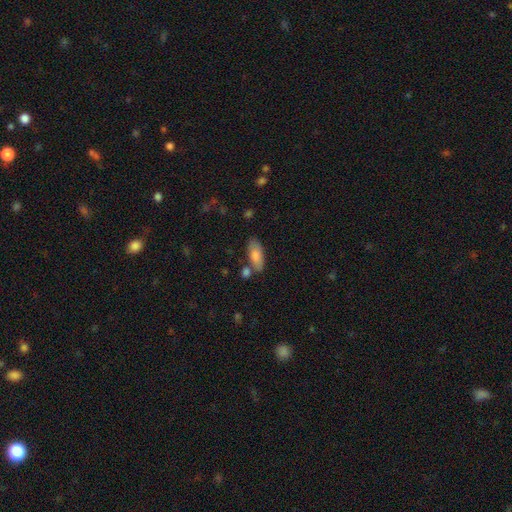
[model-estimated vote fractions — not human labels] Smooth or featured: smooth — 83% (featured or disk — 11%)
How rounded: in between — 83% (cigar-shaped — 15%)
Merging: none — 70% (minor disturbance — 15%)